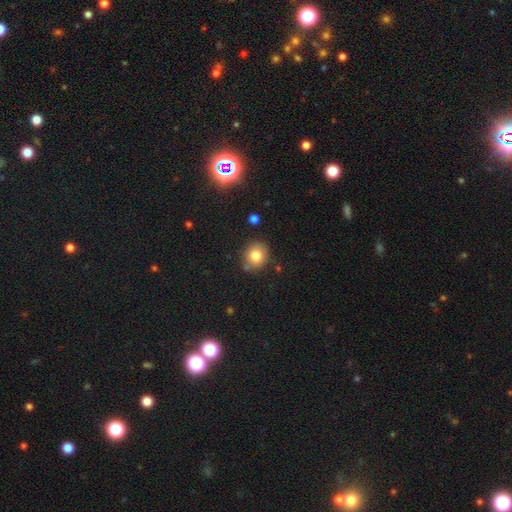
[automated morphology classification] Smooth or featured?
  - smooth: 81% *
  - star or artifact: 10%
  - featured or disk: 8%
How rounded?
  - round: 79% *
  - in between: 20%
  - cigar-shaped: 1%
Merging?
  - none: 80% *
  - minor disturbance: 12%
  - merger: 5%
  - major disturbance: 3%